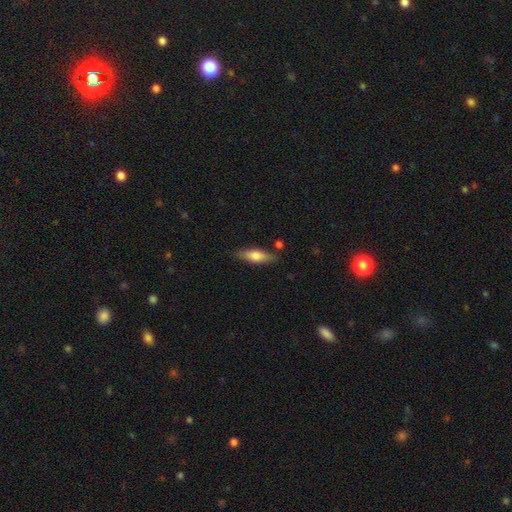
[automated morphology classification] type=smooth (60%); roundness=in between (51%); merging=none (81%).